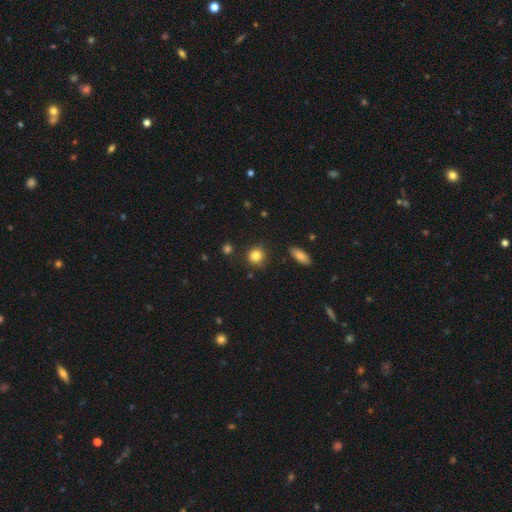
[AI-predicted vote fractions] A smooth galaxy with no disk features (84%) that is round (84%). Merging: none (83%).